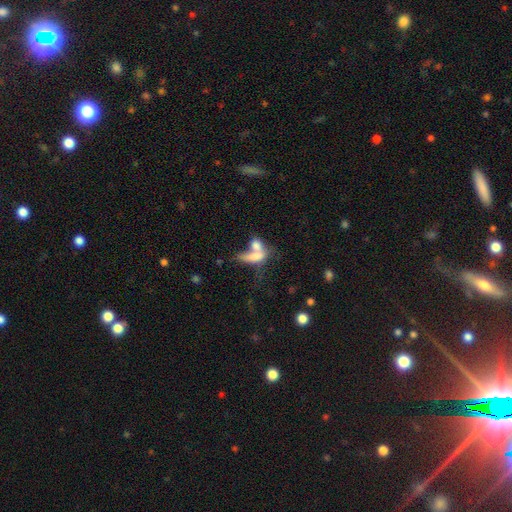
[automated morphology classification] smooth_or_featured: smooth (p=0.63) [alt: featured or disk p=0.27]
how_rounded: in between (p=0.65) [alt: cigar-shaped p=0.24]
merging: merger (p=0.63) [alt: none p=0.17]